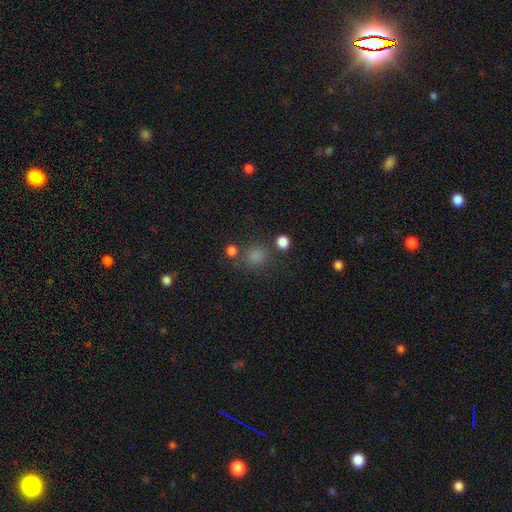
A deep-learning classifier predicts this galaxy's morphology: Smooth or featured? smooth (68%)
How rounded? round (83%)
Merging? none (75%)